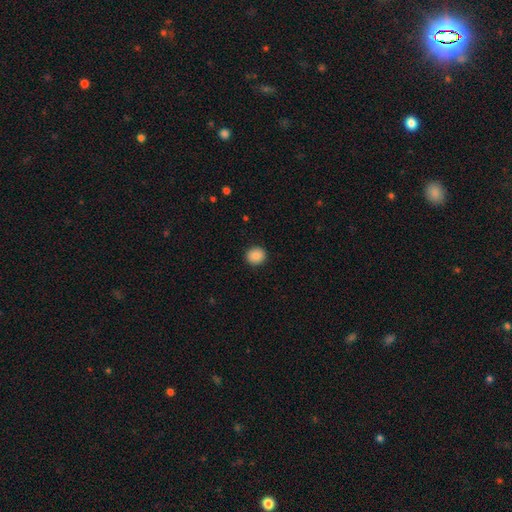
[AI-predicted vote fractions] Morphology: type=smooth (87%); roundness=round (86%); merging=none (91%).